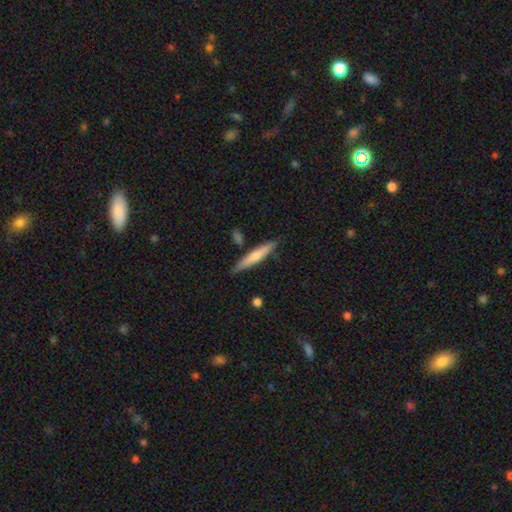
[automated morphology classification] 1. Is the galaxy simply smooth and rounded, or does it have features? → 61% smooth, 33% featured or disk, 5% star or artifact.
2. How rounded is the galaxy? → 92% cigar-shaped, 7% in between, 1% round.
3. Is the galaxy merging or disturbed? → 83% none, 11% minor disturbance, 4% merger, 2% major disturbance.